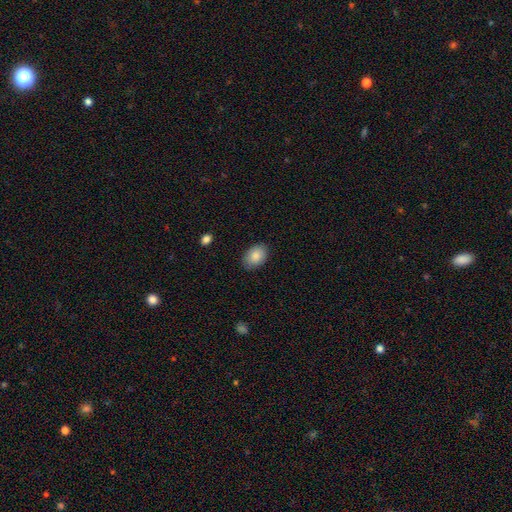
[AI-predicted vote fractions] This is clearly a smooth galaxy (87%). How rounded: clearly in between (81%). Merging: clearly none (86%).